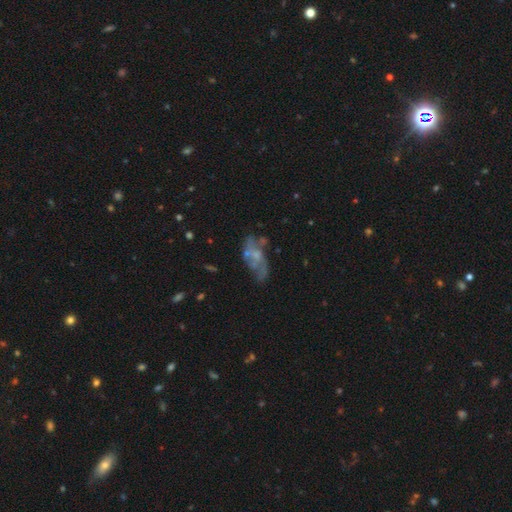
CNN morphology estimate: Smooth or featured? Predicted: featured or disk (p=0.66). Edge-on disk? Predicted: no (p=0.93). Bar? Predicted: no (p=0.76). Spiral arms? Predicted: no (p=0.50, tied with yes). Bulge size? Predicted: small (p=0.41). Merging? Predicted: none (p=0.50).